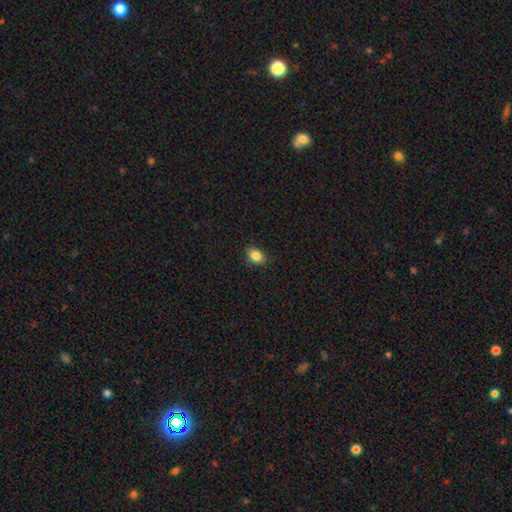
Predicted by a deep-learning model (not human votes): Smooth or featured?
  - smooth: 86% *
  - star or artifact: 9%
  - featured or disk: 5%
How rounded?
  - in between: 73% *
  - round: 26%
  - cigar-shaped: 1%
Merging?
  - none: 87% *
  - minor disturbance: 10%
  - major disturbance: 2%
  - merger: 1%